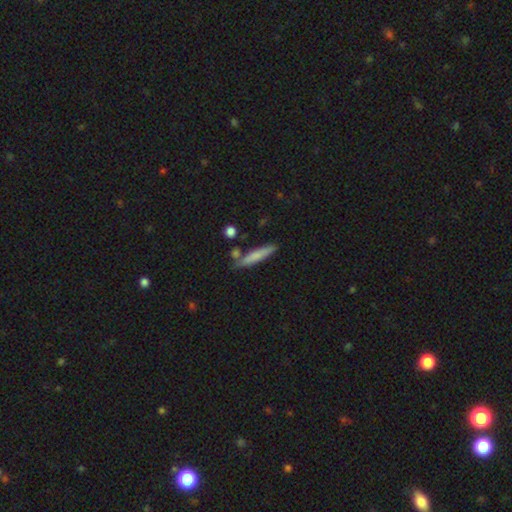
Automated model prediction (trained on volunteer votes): The model was most divided on "smooth or featured": smooth: 71%, featured or disk: 23%, star or artifact: 6%. More confident: how rounded — cigar-shaped (90%); merging — none (75%).